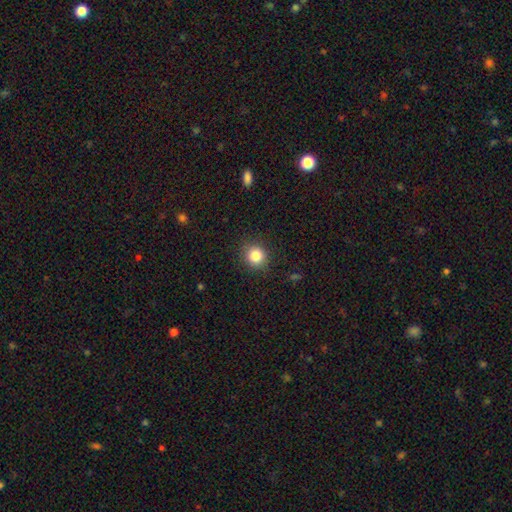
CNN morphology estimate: A smooth galaxy with no disk features (84%) that is round (86%). Merging: none (88%).